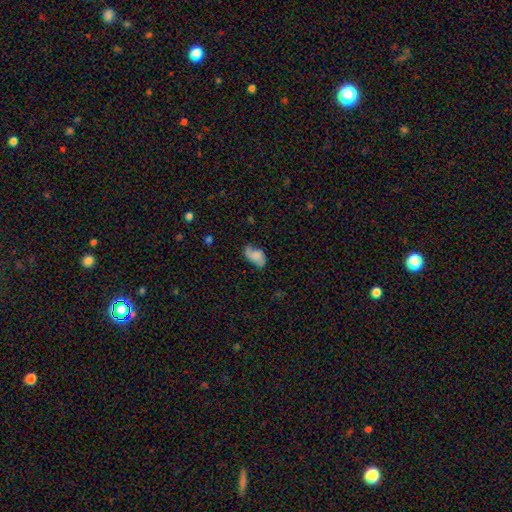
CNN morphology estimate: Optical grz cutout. It shows a smooth galaxy with no disk features (63%) that is in between round and cigar-shaped (92%). Merging: none (55%).